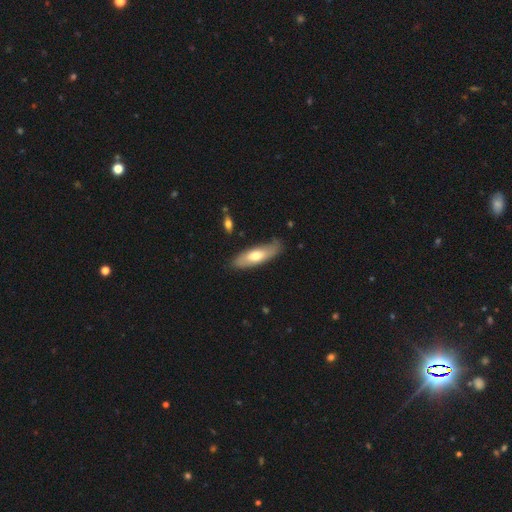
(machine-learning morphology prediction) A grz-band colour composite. It shows a smooth galaxy with no disk features (62%) that is in between round and cigar-shaped (58%). Merging: none (77%).